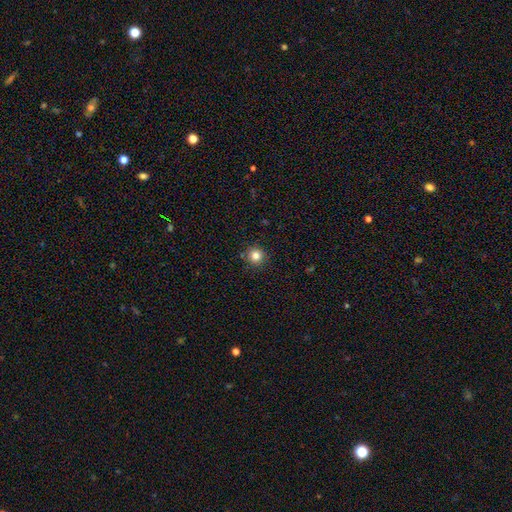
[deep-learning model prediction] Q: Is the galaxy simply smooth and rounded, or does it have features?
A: smooth — 82%.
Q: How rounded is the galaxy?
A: round — 95%.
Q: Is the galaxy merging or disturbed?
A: none — 89%.